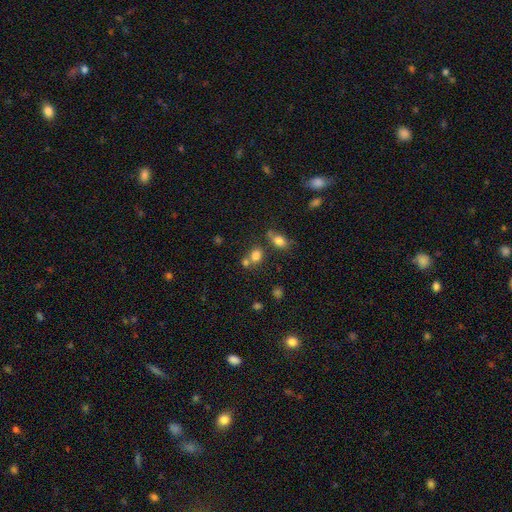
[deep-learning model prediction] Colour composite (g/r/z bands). It shows a smooth galaxy with no disk features (76%) that is round (53%). Merging: none (47%).